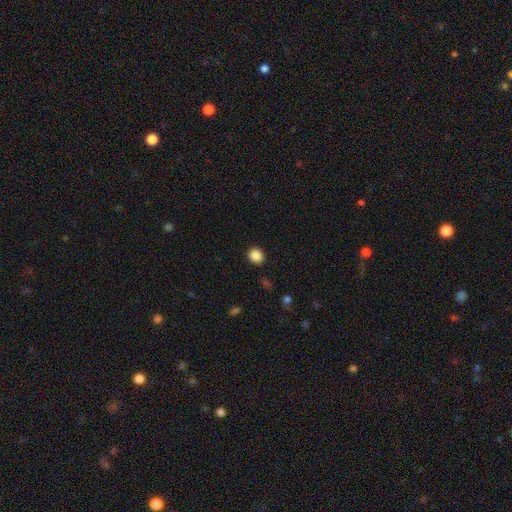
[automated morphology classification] smooth 87%, star or artifact 10%, featured or disk 4%. Down the decision tree: how rounded — round (75%); merging — none (90%).